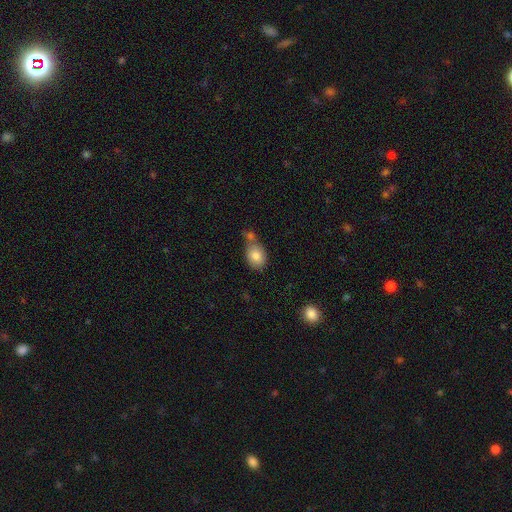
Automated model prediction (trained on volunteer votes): Q: Smooth or featured?
A: smooth (82%); runner-up: featured or disk (10%)
Q: How rounded?
A: in between (69%); runner-up: round (30%)
Q: Merging?
A: none (51%); runner-up: merger (28%)